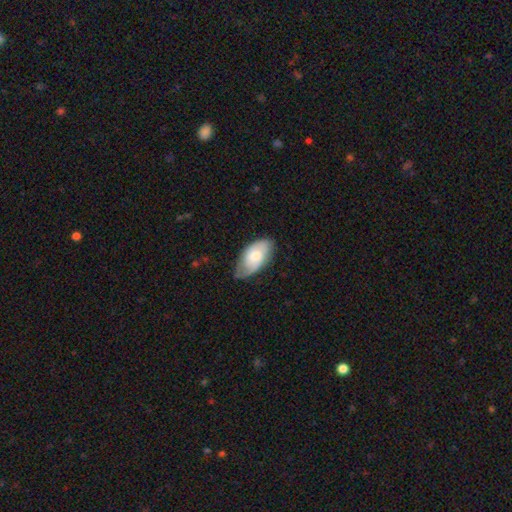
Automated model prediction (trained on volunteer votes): The model was most divided on "smooth or featured": smooth: 52%, featured or disk: 42%, star or artifact: 6%. More confident: how rounded — in between (94%); merging — none (59%).